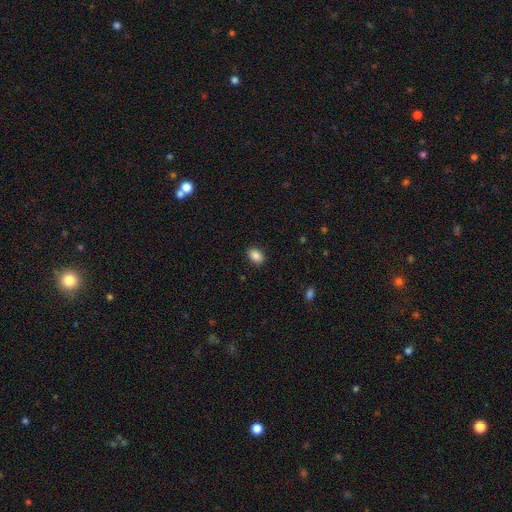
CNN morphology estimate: Smooth or featured?
  - smooth: 88% *
  - star or artifact: 8%
  - featured or disk: 4%
How rounded?
  - in between: 82% *
  - round: 17%
  - cigar-shaped: 1%
Merging?
  - none: 89% *
  - minor disturbance: 8%
  - major disturbance: 2%
  - merger: 1%